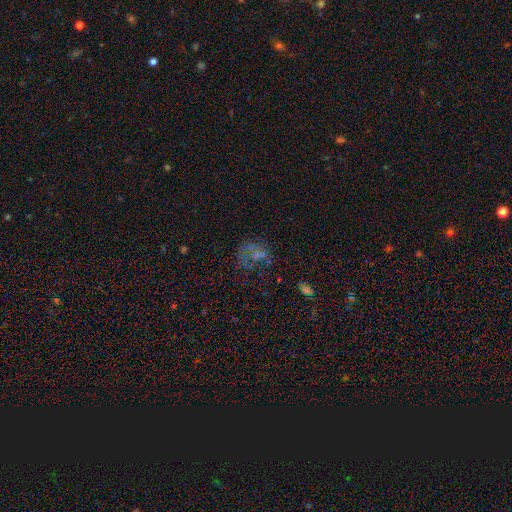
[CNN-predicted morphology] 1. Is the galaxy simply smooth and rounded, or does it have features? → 38% star or artifact, 31% featured or disk, 30% smooth.